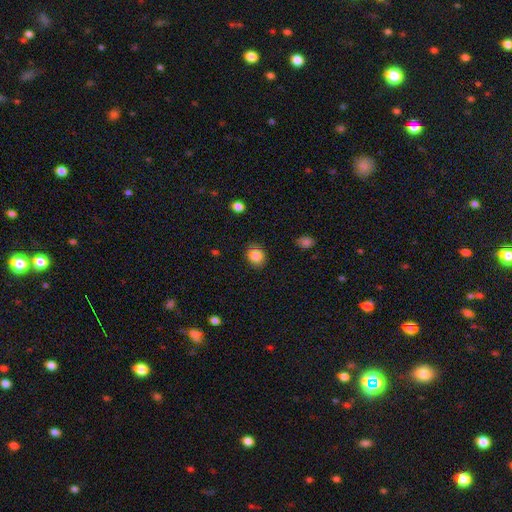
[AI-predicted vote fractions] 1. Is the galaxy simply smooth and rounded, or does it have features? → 85% smooth, 10% star or artifact, 6% featured or disk.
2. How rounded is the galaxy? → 72% round, 27% in between, 1% cigar-shaped.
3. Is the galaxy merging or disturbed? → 84% none, 12% minor disturbance, 3% major disturbance, 1% merger.